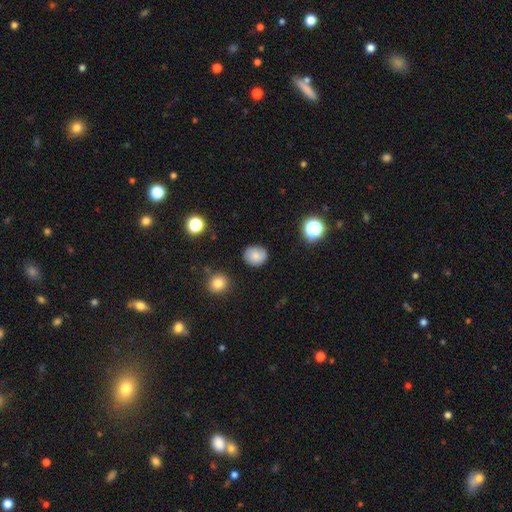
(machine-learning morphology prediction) Smooth or featured: smooth — 79% (star or artifact — 11%)
How rounded: round — 72% (in between — 27%)
Merging: none — 81% (minor disturbance — 14%)